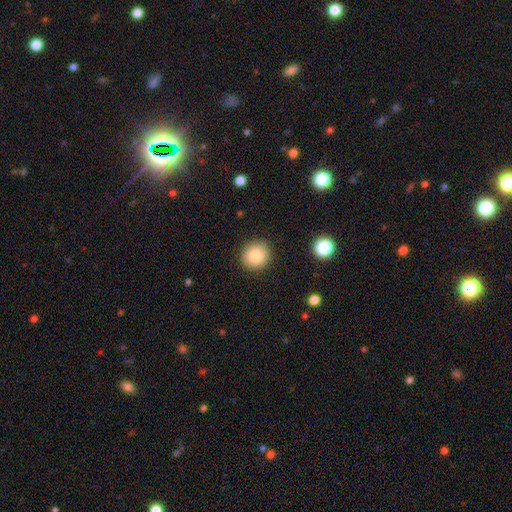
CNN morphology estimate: smooth-or-featured: smooth: 84% | star or artifact: 9% | featured or disk: 7%
  how-rounded: round: 92% | in between: 7% | cigar-shaped: 1%
  merging: none: 91% | minor disturbance: 6% | major disturbance: 2% | merger: 1%